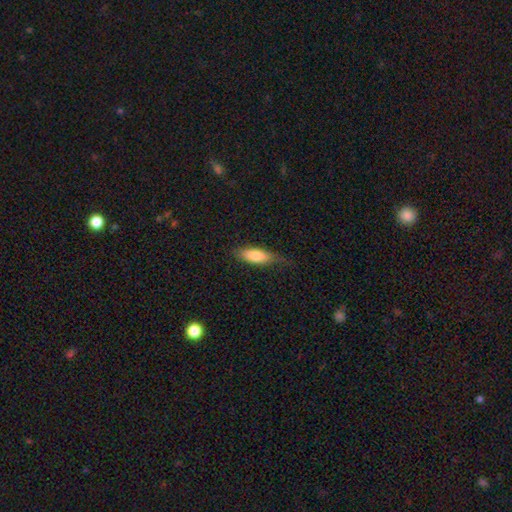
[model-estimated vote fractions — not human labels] Smooth or featured? smooth (79%)
How rounded? in between (66%)
Merging? none (65%)